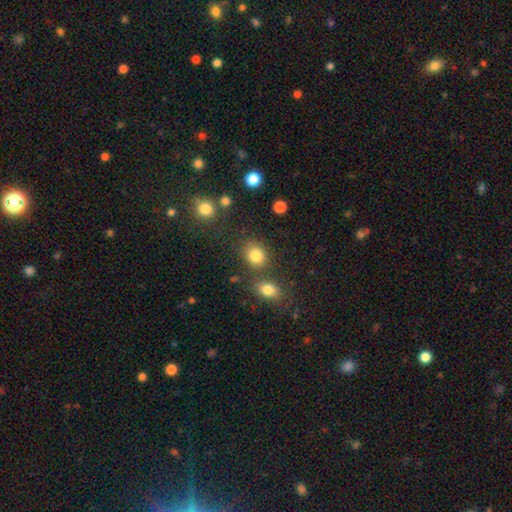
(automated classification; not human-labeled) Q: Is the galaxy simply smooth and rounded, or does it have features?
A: smooth — 82%.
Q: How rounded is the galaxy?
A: round — 60%.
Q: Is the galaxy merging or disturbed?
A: none — 70%.